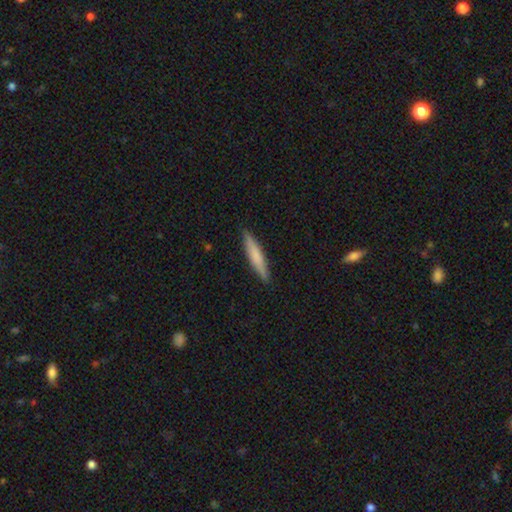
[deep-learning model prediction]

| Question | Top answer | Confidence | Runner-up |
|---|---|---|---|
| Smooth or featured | smooth | 67% | featured or disk (27%) |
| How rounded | cigar-shaped | 91% | in between (7%) |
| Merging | none | 90% | minor disturbance (8%) |